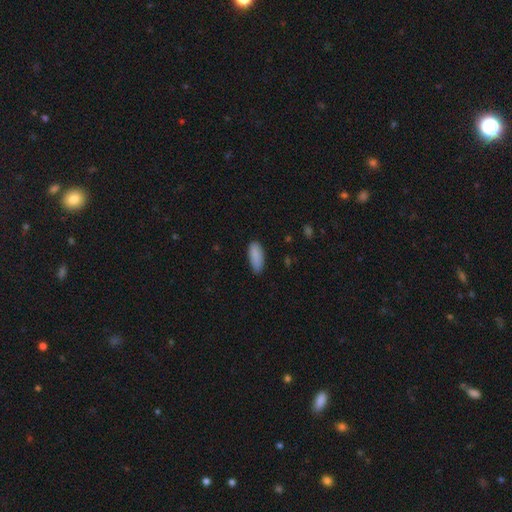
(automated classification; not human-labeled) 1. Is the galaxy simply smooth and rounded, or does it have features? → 86% smooth, 7% featured or disk, 7% star or artifact.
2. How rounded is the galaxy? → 82% in between, 17% cigar-shaped, 2% round.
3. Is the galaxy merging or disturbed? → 70% none, 25% minor disturbance, 4% major disturbance, 1% merger.